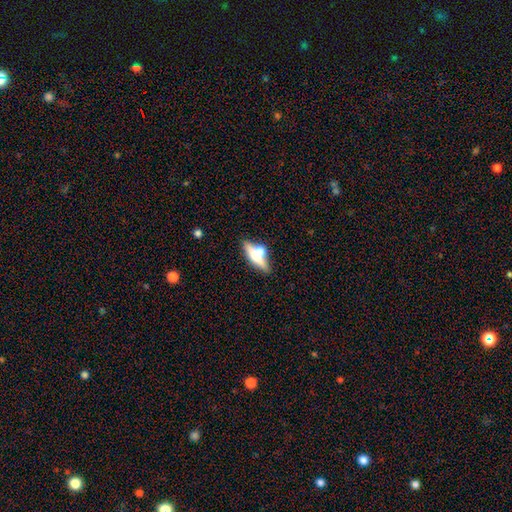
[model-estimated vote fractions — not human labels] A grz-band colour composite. It shows a featured or disk galaxy (48%). Merging: none (51%).